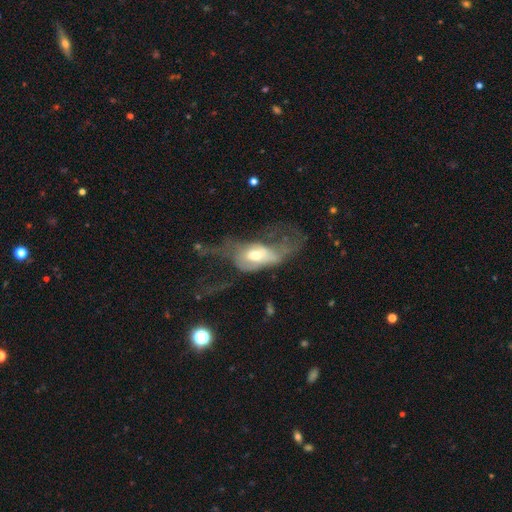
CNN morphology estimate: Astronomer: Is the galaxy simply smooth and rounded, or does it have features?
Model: featured or disk — 51% (runner-up: smooth, 41%).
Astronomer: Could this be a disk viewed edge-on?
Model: no — 90%.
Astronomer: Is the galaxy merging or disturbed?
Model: major disturbance — 68%.